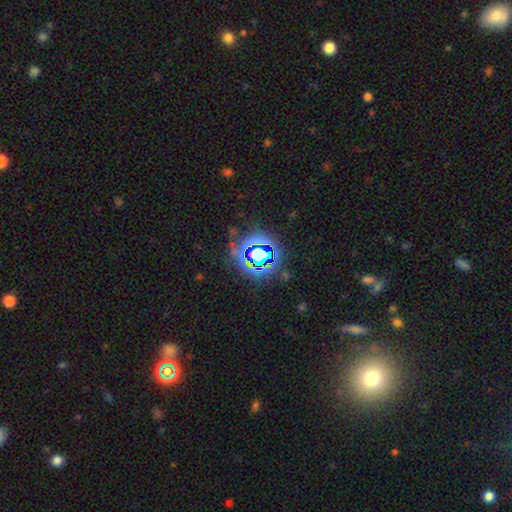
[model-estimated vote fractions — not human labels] Q: Smooth or featured?
A: star or artifact (70%); runner-up: smooth (17%)